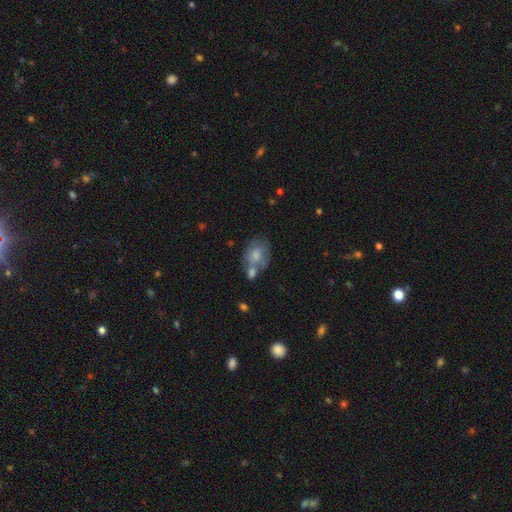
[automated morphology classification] Smooth or featured?
  - smooth: 63% *
  - featured or disk: 29%
  - star or artifact: 8%
How rounded?
  - in between: 69% *
  - round: 30%
  - cigar-shaped: 1%
Merging?
  - none: 35% * (tied)
  - merger: 35% * (tied)
  - minor disturbance: 20%
  - major disturbance: 10%